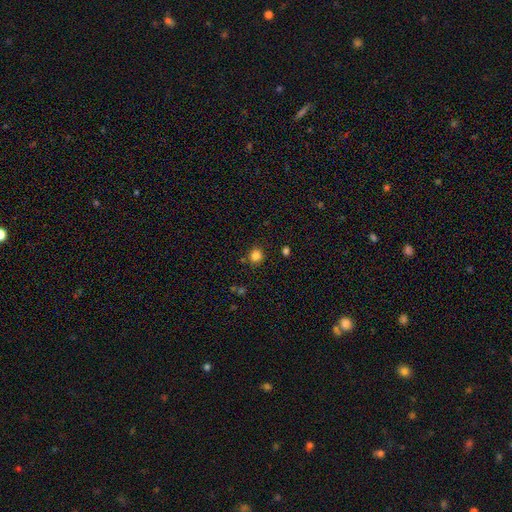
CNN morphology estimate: Overall: smooth (83%). How rounded: round (87%). Merging: none (85%).